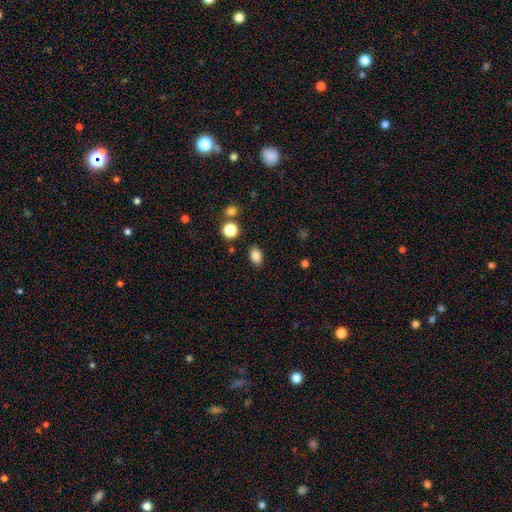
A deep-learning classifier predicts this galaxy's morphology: type=smooth (85%); roundness=in between (79%); merging=none (85%).